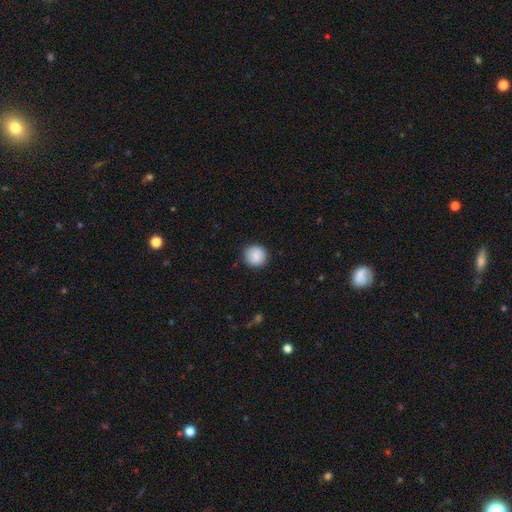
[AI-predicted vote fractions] Smooth or featured: smooth — 87% (star or artifact — 7%)
How rounded: round — 94% (in between — 5%)
Merging: none — 90% (minor disturbance — 7%)